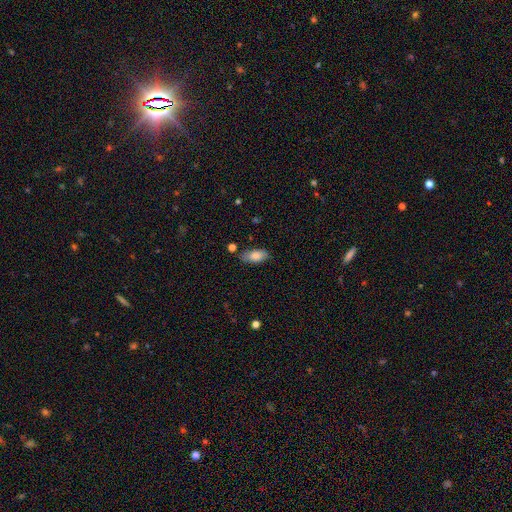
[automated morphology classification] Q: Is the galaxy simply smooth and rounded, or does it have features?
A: smooth — 79%.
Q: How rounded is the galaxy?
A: in between — 89%.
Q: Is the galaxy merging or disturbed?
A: none — 74%.